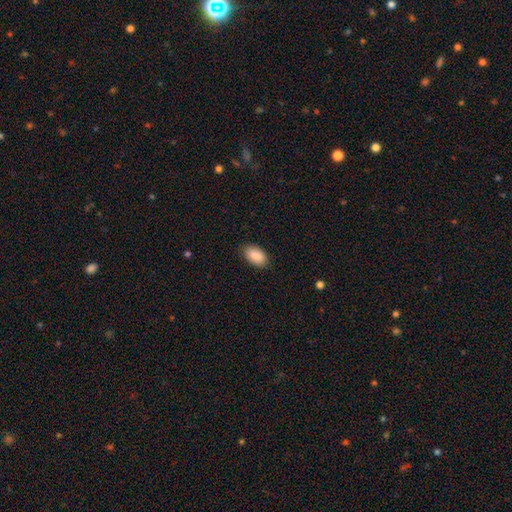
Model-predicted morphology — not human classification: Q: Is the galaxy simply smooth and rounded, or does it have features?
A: smooth — 90%.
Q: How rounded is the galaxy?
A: in between — 94%.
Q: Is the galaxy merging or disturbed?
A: none — 86%.